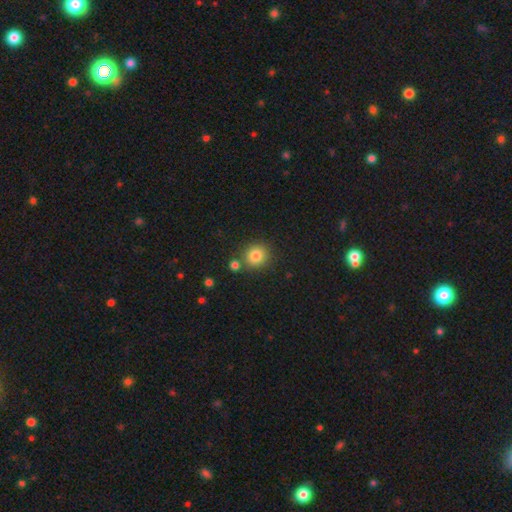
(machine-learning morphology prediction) This appears to be a smooth galaxy with no disk features (82%) that is round (86%). Merging: none (77%).